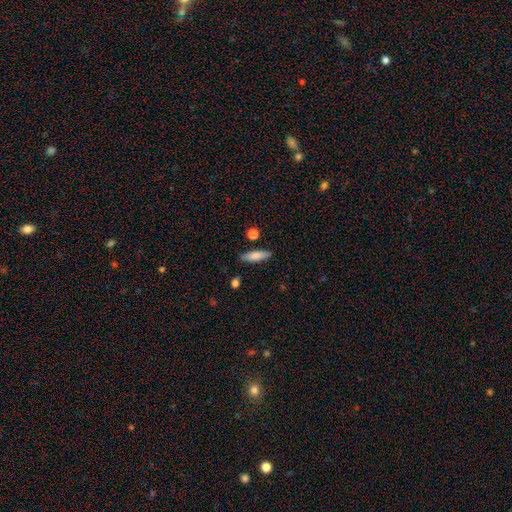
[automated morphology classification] smooth 77%, featured or disk 16%, star or artifact 7%. Down the decision tree: how rounded — cigar-shaped (62%); merging — none (83%).